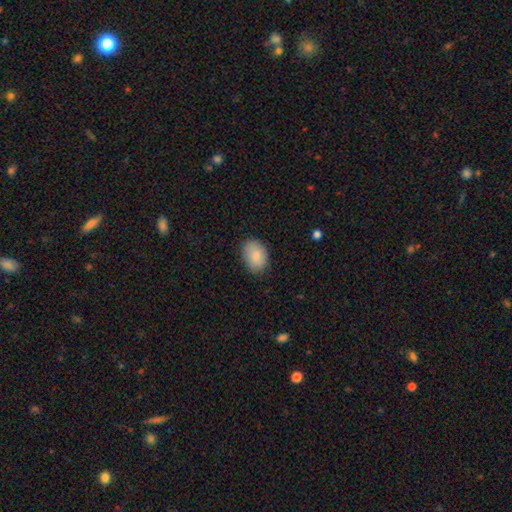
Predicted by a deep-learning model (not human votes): smooth-or-featured: smooth: 85% | featured or disk: 8% | star or artifact: 7%
  how-rounded: in between: 80% | round: 19% | cigar-shaped: 1%
  merging: none: 83% | minor disturbance: 13% | major disturbance: 3% | merger: 1%